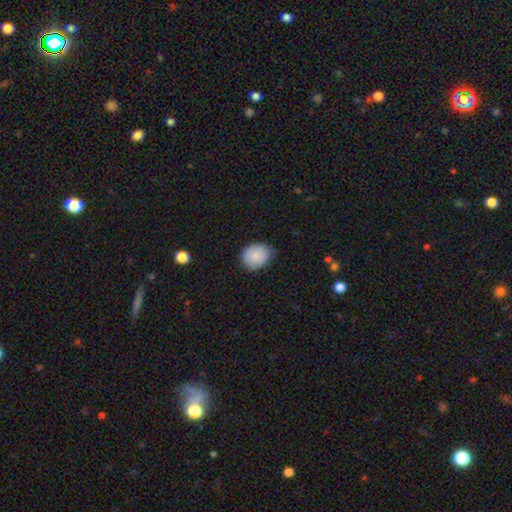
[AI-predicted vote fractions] Smooth or featured?
  - smooth: 87% *
  - star or artifact: 8%
  - featured or disk: 6%
How rounded?
  - round: 60% *
  - in between: 40%
  - cigar-shaped: 1%
Merging?
  - none: 71% *
  - minor disturbance: 25%
  - major disturbance: 3%
  - merger: 1%